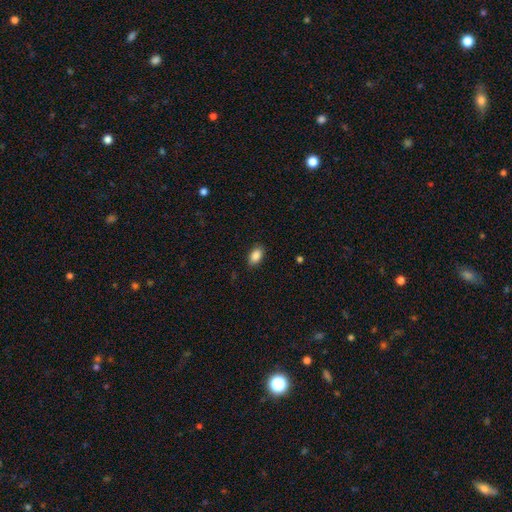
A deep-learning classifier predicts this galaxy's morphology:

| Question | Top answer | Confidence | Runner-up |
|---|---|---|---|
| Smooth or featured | smooth | 88% | star or artifact (8%) |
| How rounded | in between | 91% | round (7%) |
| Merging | none | 86% | minor disturbance (10%) |